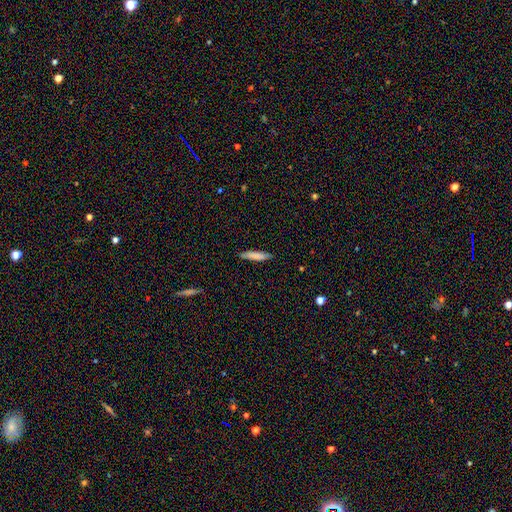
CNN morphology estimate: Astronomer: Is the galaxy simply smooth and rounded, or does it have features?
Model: smooth — 80%.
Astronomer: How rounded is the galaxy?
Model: cigar-shaped — 83%.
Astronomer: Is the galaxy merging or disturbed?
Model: none — 87%.